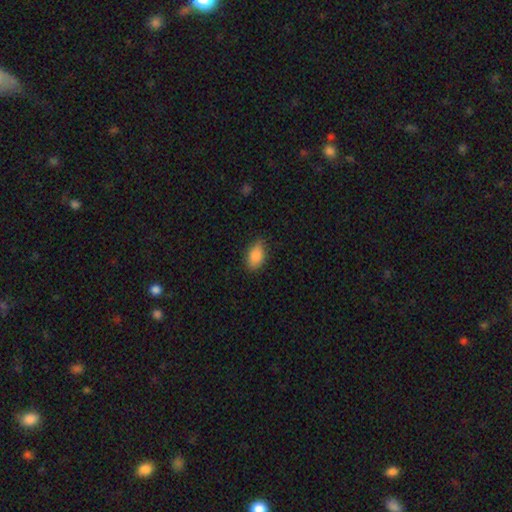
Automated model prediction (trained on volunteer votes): Smooth or featured?
  - smooth: 87% *
  - star or artifact: 7%
  - featured or disk: 6%
How rounded?
  - in between: 89% *
  - round: 9%
  - cigar-shaped: 3%
Merging?
  - none: 75% *
  - minor disturbance: 21%
  - major disturbance: 3%
  - merger: 1%